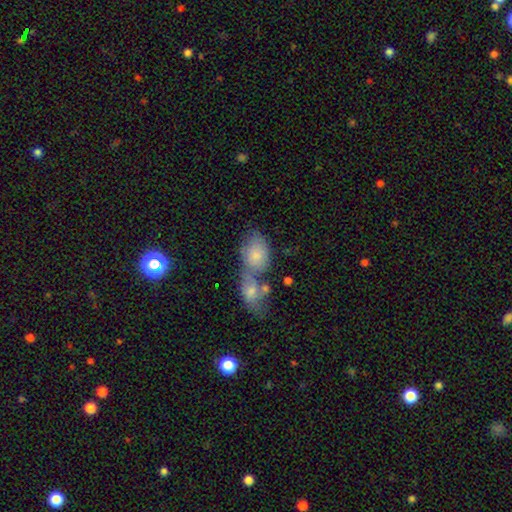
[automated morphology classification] Smooth or featured? Predicted: smooth (p=0.77). How rounded? Predicted: in between (p=0.84). Merging? Predicted: merger (p=0.54).